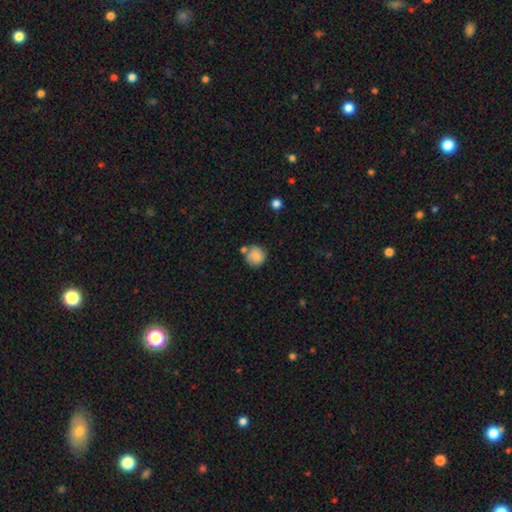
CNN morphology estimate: type=smooth (86%); roundness=round (91%); merging=none (66%).